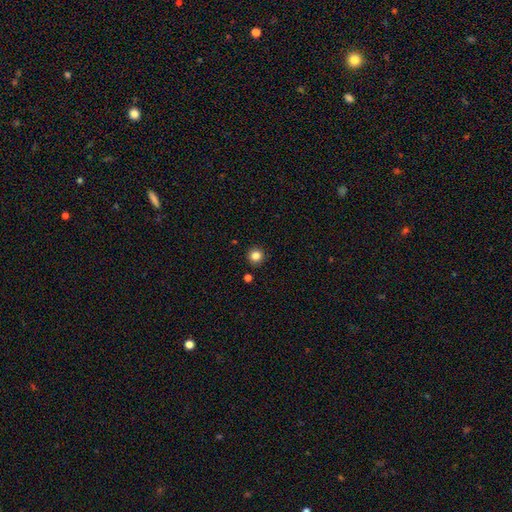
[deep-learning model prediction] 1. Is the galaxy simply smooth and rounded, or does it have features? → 84% smooth, 12% star or artifact, 4% featured or disk.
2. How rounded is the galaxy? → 94% round, 5% in between, 1% cigar-shaped.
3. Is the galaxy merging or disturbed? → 91% none, 5% minor disturbance, 2% merger, 2% major disturbance.